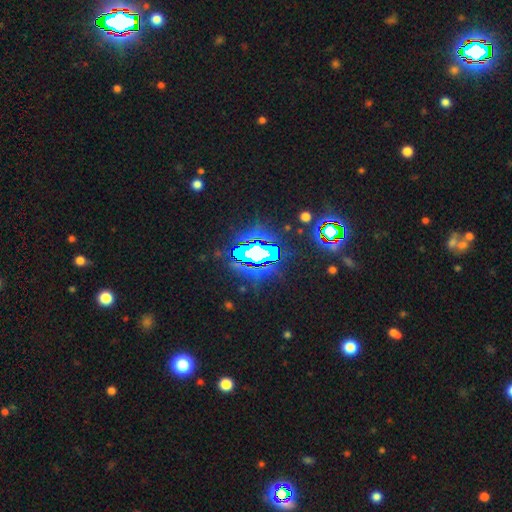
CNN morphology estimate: Overall: star or artifact (73%).